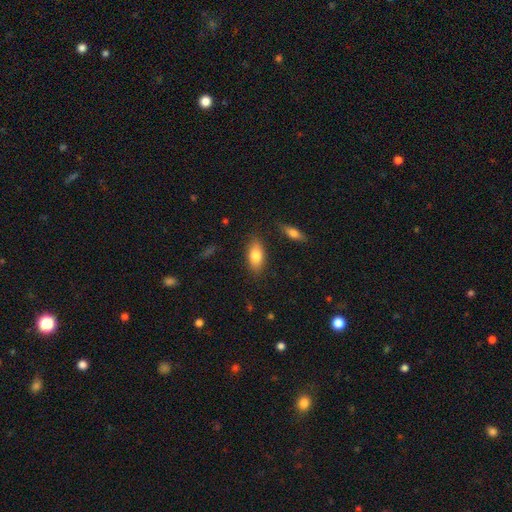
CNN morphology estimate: Overall: smooth (80%). How rounded: in between (88%). Merging: none (83%).